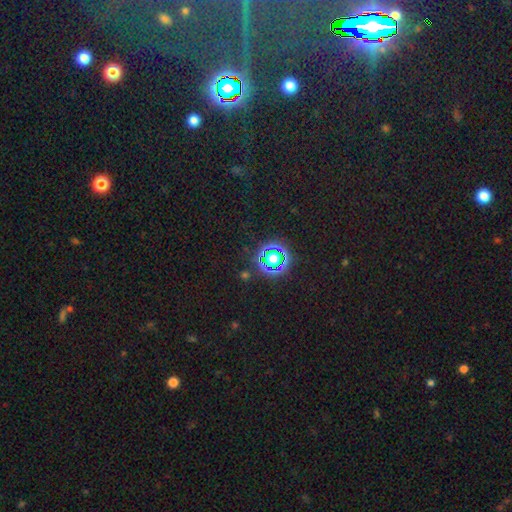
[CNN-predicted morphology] type=star or artifact (78%).